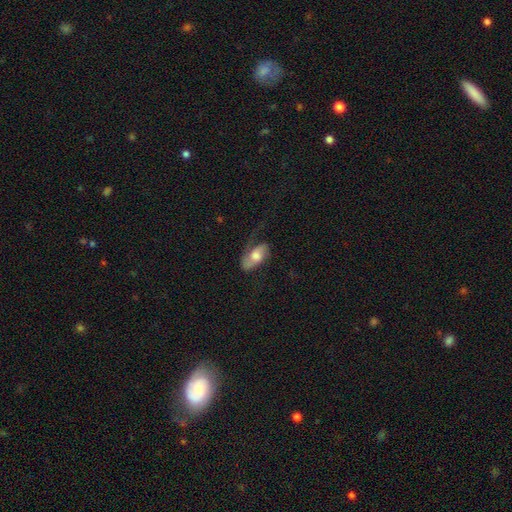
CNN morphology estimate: Overall: featured or disk (48%; smooth 45%). Merging: none (42%; major disturbance 30%).